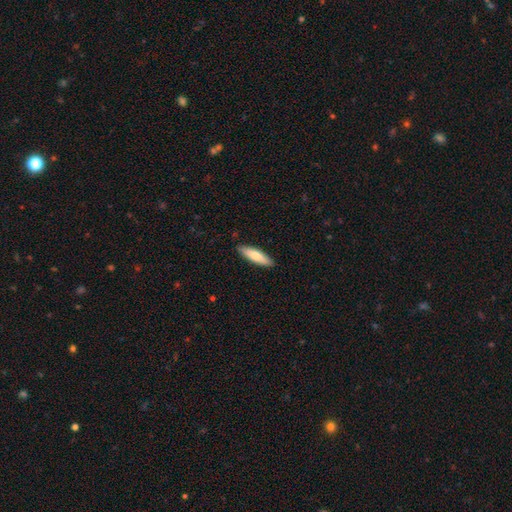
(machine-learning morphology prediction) Smooth or featured: smooth — 74% (featured or disk — 21%)
How rounded: cigar-shaped — 65% (in between — 33%)
Merging: none — 88% (minor disturbance — 9%)